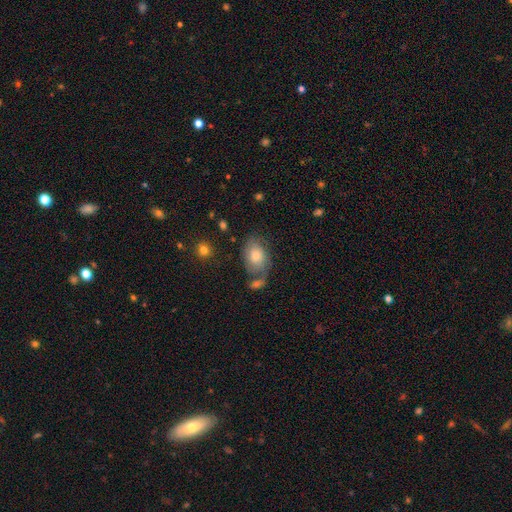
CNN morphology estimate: A smooth galaxy with no disk features (61%) that is in between round and cigar-shaped (77%). Merging: none (54%).